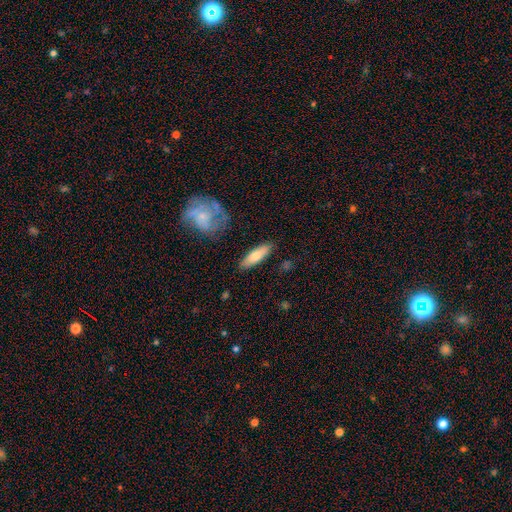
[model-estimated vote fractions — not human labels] Smooth or featured: smooth — 70% (featured or disk — 25%)
How rounded: in between — 50% (cigar-shaped — 48%)
Merging: none — 85% (minor disturbance — 10%)